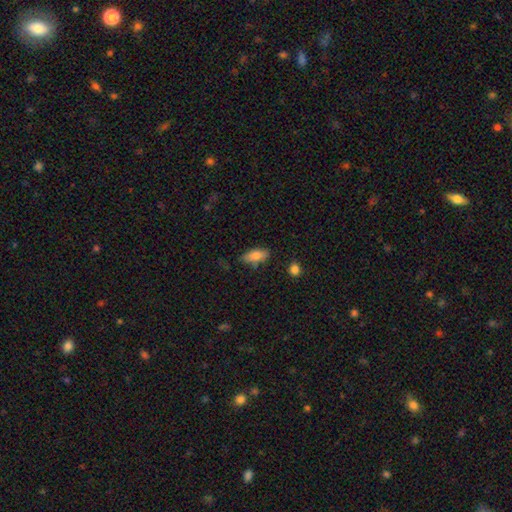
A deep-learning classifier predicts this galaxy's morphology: A smooth galaxy with no disk features (79%) that is in between round and cigar-shaped (79%). Merging: none (72%).